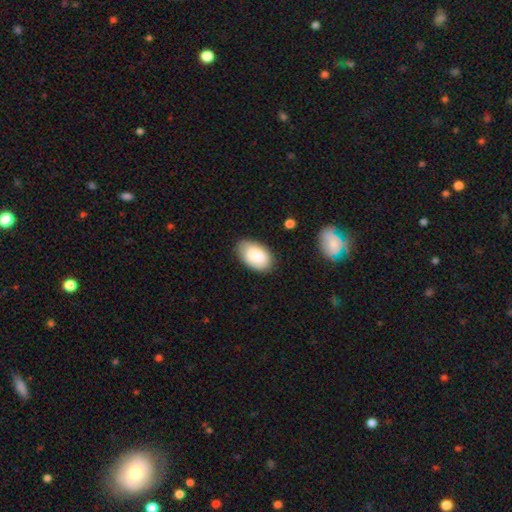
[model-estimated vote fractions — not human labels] The model was most divided on "merging": none: 80%, minor disturbance: 15%, major disturbance: 3%, merger: 2%. More confident: how rounded — in between (94%); smooth or featured — smooth (87%).